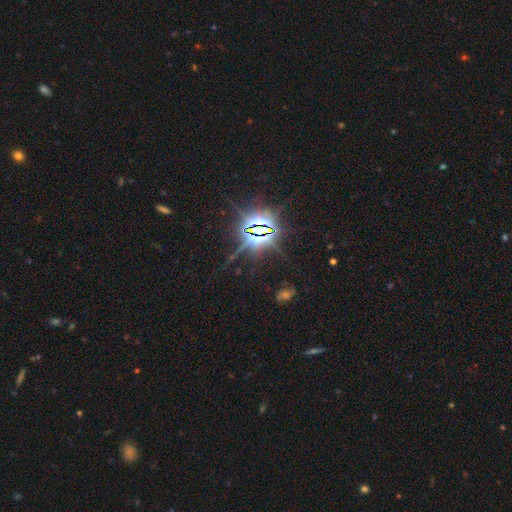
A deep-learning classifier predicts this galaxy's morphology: This is clearly a star or artifact rather than a galaxy (85%).